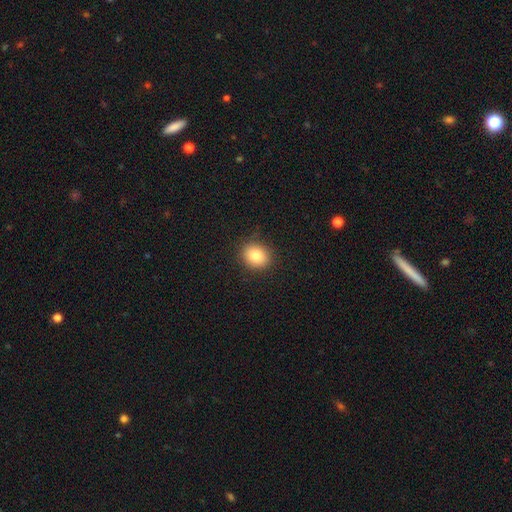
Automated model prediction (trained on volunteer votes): Smooth or featured?
  - smooth: 84% *
  - star or artifact: 9%
  - featured or disk: 7%
How rounded?
  - round: 64% *
  - in between: 35%
  - cigar-shaped: 1%
Merging?
  - none: 89% *
  - minor disturbance: 8%
  - major disturbance: 2%
  - merger: 1%